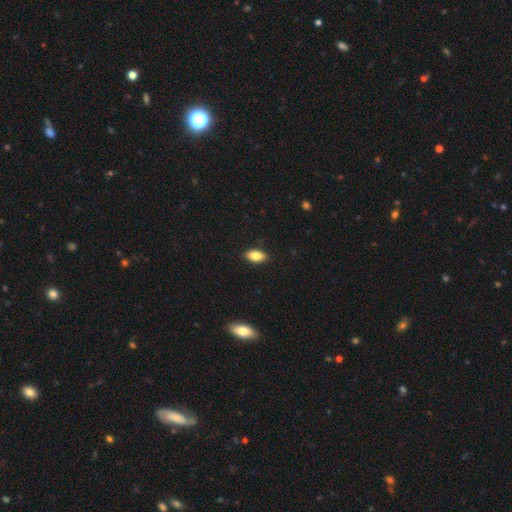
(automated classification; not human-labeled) A smooth galaxy with no disk features (82%) that is in between round and cigar-shaped (90%).

Vote fractions:
- Smooth or featured? smooth: 82% / featured or disk: 10% / star or artifact: 8%
- How rounded? in between: 90% / cigar-shaped: 5% / round: 5%
- Merging? none: 89% / minor disturbance: 8% / major disturbance: 2% / merger: 1%